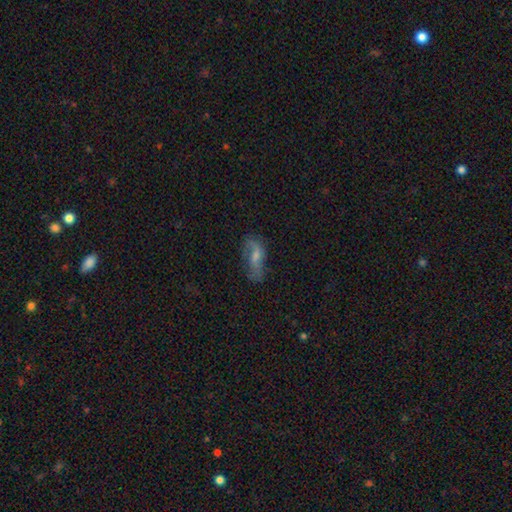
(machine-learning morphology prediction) This is possibly a featured or disk galaxy (51%). It is clearly not viewed edge-on (85%). Merging: likely none (60%).